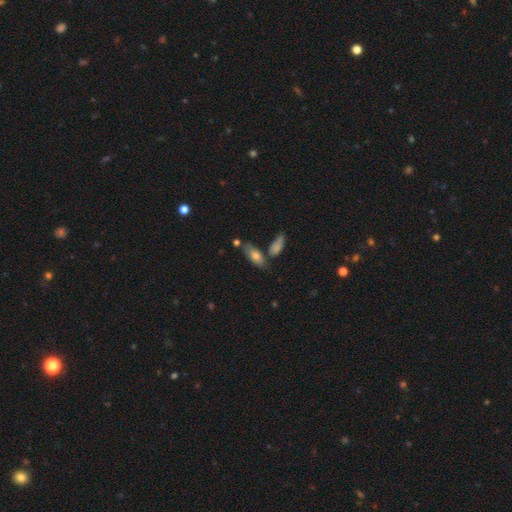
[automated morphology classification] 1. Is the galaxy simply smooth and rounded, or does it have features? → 73% smooth, 20% featured or disk, 7% star or artifact.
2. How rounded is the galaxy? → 77% in between, 19% cigar-shaped, 3% round.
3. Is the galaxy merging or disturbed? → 57% none, 19% merger, 18% minor disturbance, 6% major disturbance.